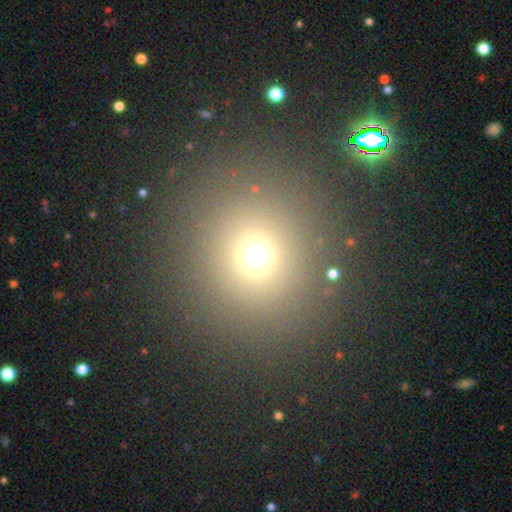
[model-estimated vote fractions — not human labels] Smooth or featured?
  - smooth: 67% *
  - star or artifact: 26%
  - featured or disk: 8%
How rounded?
  - round: 89% *
  - in between: 10%
  - cigar-shaped: 1%
Merging?
  - none: 83% *
  - minor disturbance: 7%
  - major disturbance: 5%
  - merger: 5%